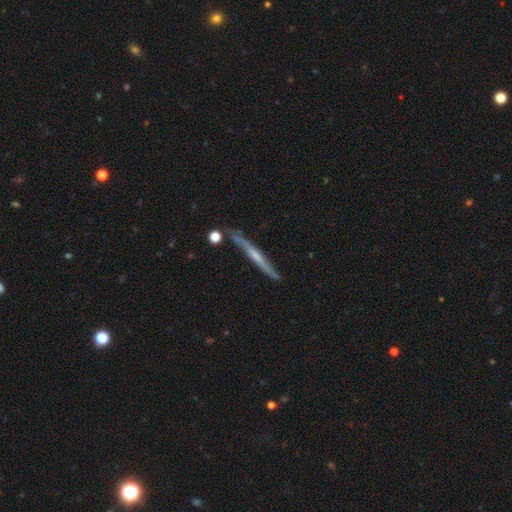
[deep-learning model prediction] Smooth or featured: featured or disk — 69% (smooth — 25%)
Edge-on disk: yes — 96% (no — 4%)
Edge-on bulge: rounded — 47% (none — 44%)
Merging: none — 81% (minor disturbance — 13%)